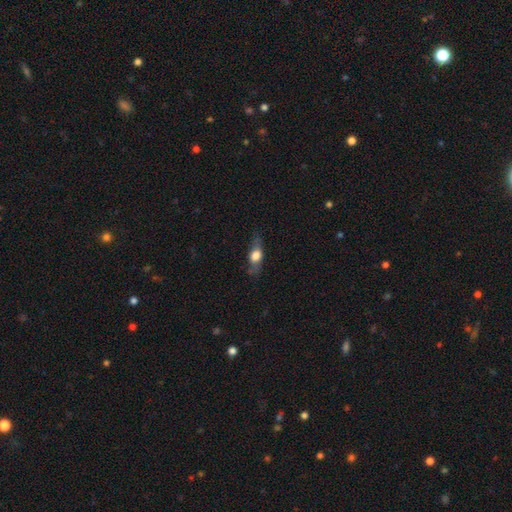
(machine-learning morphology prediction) A smooth galaxy with no disk features (54%) that is in between round and cigar-shaped (59%).

Vote fractions:
- Smooth or featured? smooth: 54% / featured or disk: 37% / star or artifact: 8%
- How rounded? in between: 59% / cigar-shaped: 28% / round: 13%
- Merging? none: 65% / minor disturbance: 23% / major disturbance: 10% / merger: 2%